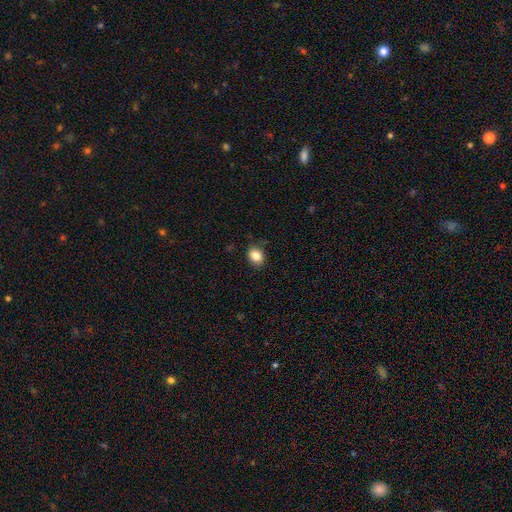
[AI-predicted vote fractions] This appears to be a smooth galaxy with no disk features (86%) that is in between round and cigar-shaped (60%). Merging: none (82%).